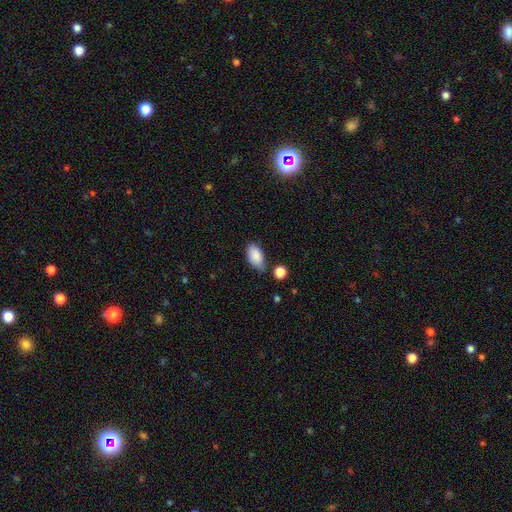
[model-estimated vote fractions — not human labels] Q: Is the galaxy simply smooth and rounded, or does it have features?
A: smooth — 87%.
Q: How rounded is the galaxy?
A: in between — 93%.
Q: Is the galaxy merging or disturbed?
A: none — 65%.